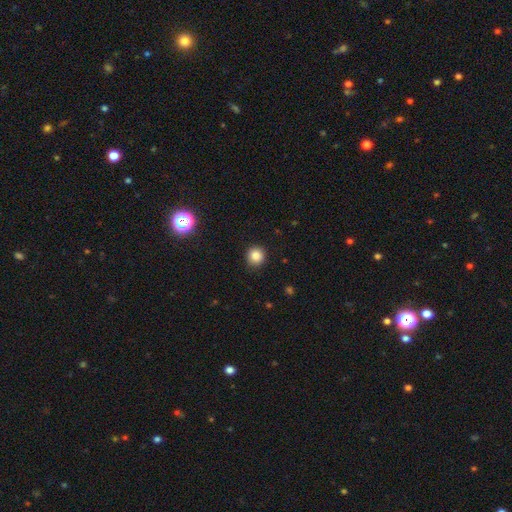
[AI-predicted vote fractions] A smooth galaxy with no disk features (85%) that is round (92%).

Vote fractions:
- Smooth or featured? smooth: 85% / star or artifact: 11% / featured or disk: 4%
- How rounded? round: 92% / in between: 7% / cigar-shaped: 1%
- Merging? none: 90% / minor disturbance: 7% / major disturbance: 2% / merger: 1%